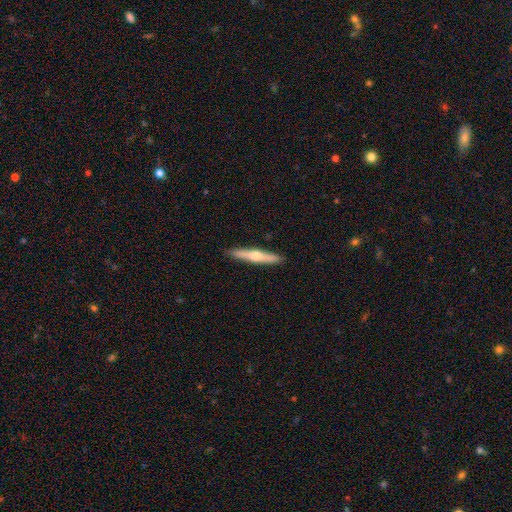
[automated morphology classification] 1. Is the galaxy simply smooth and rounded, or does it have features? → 51% featured or disk, 44% smooth, 5% star or artifact.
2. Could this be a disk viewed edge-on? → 96% yes, 4% no.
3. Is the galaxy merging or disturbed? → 91% none, 6% minor disturbance, 1% major disturbance, 1% merger.